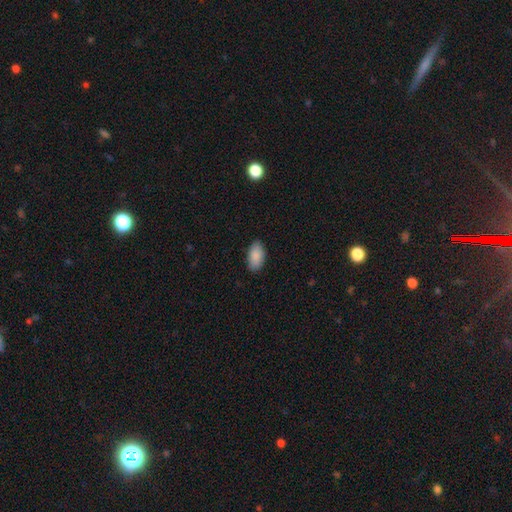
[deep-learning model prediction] The model was most divided on "merging": none: 87%, minor disturbance: 10%, major disturbance: 2%, merger: 1%. More confident: how rounded — in between (95%); smooth or featured — smooth (89%).